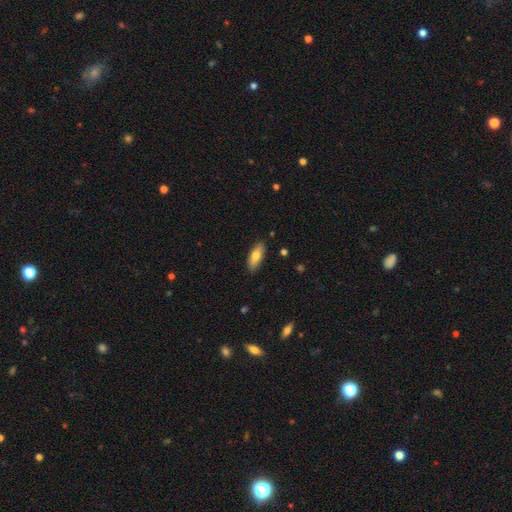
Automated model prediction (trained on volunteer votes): Q: Smooth or featured?
A: smooth (73%); runner-up: featured or disk (20%)
Q: How rounded?
A: in between (73%); runner-up: cigar-shaped (24%)
Q: Merging?
A: none (87%); runner-up: minor disturbance (10%)